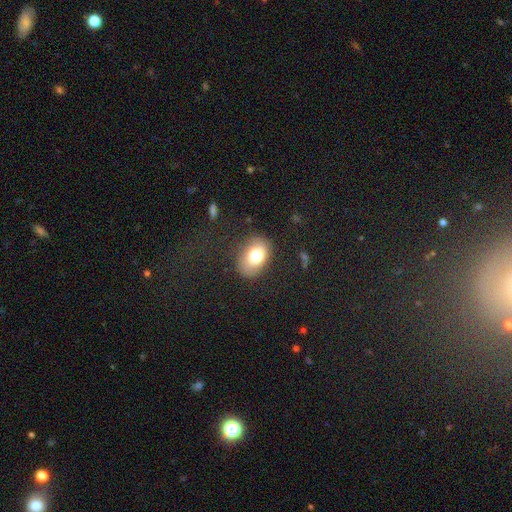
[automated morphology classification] A smooth galaxy with no disk features (75%) that is in between round and cigar-shaped (76%).

Vote fractions:
- Smooth or featured? smooth: 75% / featured or disk: 16% / star or artifact: 9%
- How rounded? in between: 76% / round: 23% / cigar-shaped: 1%
- Merging? none: 77% / minor disturbance: 15% / major disturbance: 6% / merger: 1%